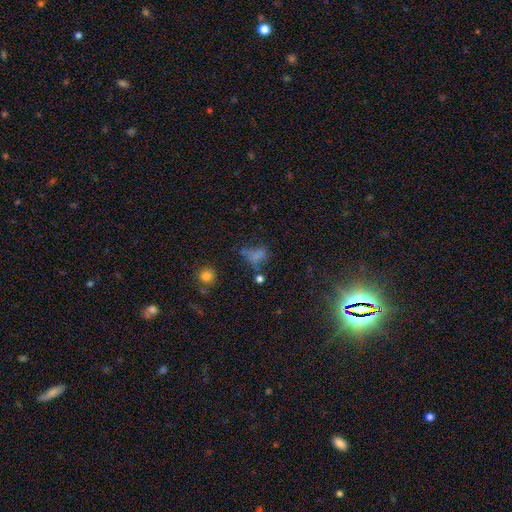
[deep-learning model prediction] A smooth galaxy with no disk features (65%) that is in between round and cigar-shaped (68%). Merging: none (37%).